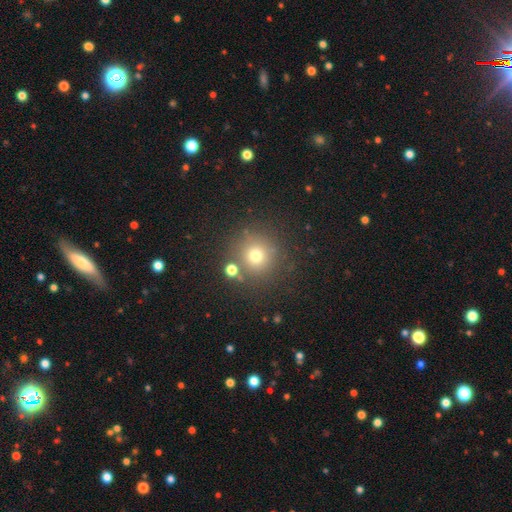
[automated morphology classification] This is likely a smooth galaxy (72%). How rounded: clearly round (94%). Merging: likely none (79%).